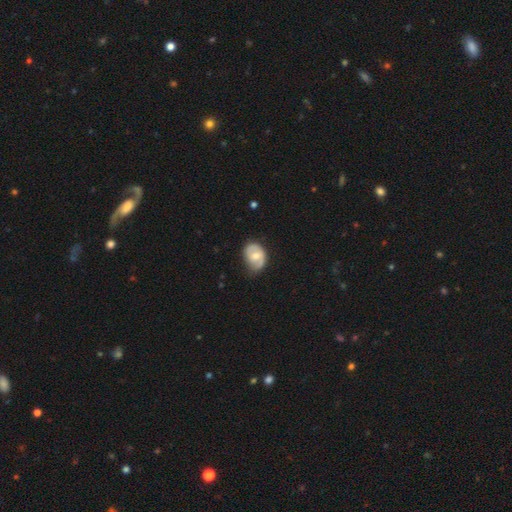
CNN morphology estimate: Smooth or featured?
  - smooth: 48% *
  - featured or disk: 45%
  - star or artifact: 6%
Merging?
  - none: 55% *
  - minor disturbance: 34%
  - major disturbance: 10%
  - merger: 2%